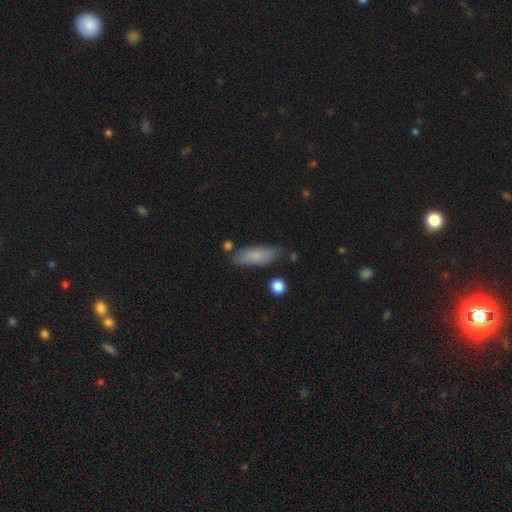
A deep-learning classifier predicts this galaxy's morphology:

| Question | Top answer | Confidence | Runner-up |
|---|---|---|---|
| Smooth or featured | smooth | 79% | featured or disk (14%) |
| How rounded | in between | 61% | cigar-shaped (37%) |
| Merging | none | 74% | minor disturbance (18%) |